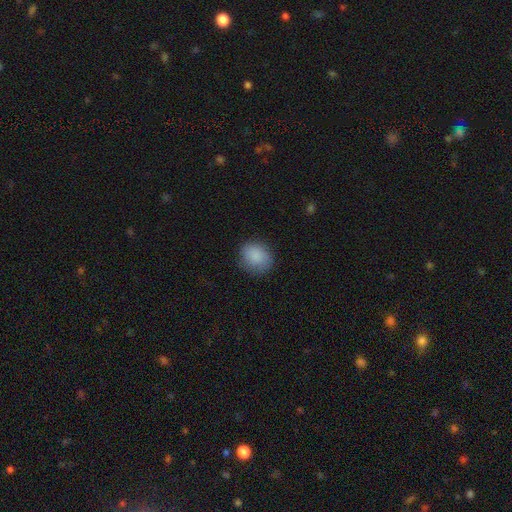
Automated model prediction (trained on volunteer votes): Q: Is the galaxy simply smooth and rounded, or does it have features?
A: smooth — 88%.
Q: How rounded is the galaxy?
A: round — 66%.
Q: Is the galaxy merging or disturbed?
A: none — 80%.